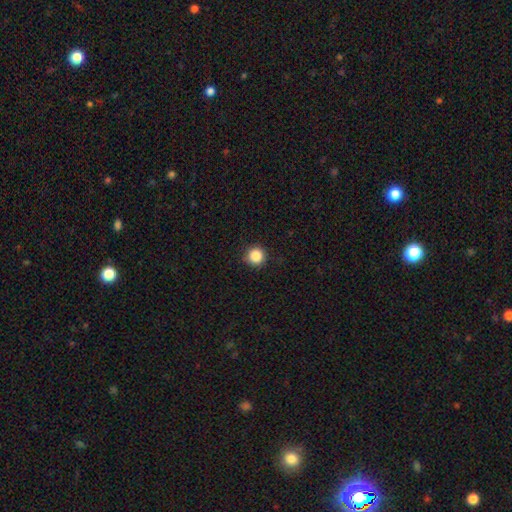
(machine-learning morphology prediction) smooth_or_featured: smooth (p=0.86) [alt: star or artifact p=0.11]
how_rounded: round (p=0.95) [alt: in between p=0.04]
merging: none (p=0.89) [alt: minor disturbance p=0.08]